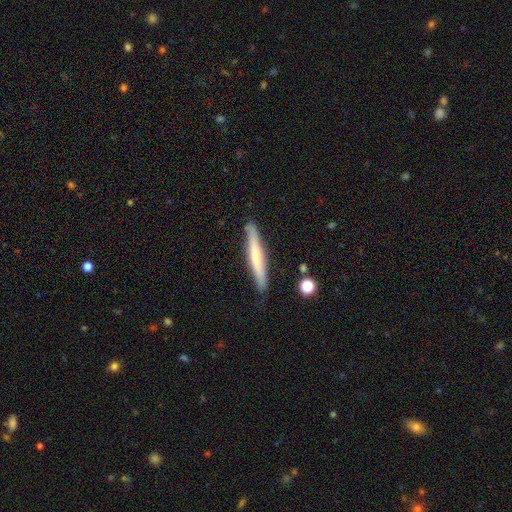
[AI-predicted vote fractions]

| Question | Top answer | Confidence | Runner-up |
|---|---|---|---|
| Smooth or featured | smooth | 54% | featured or disk (40%) |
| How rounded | cigar-shaped | 95% | in between (4%) |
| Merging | none | 85% | minor disturbance (12%) |